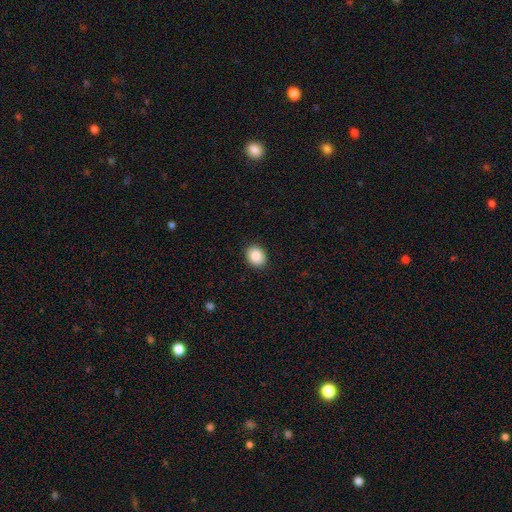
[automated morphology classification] This is clearly a smooth galaxy (87%). How rounded: possibly round (55%). Merging: clearly none (91%).